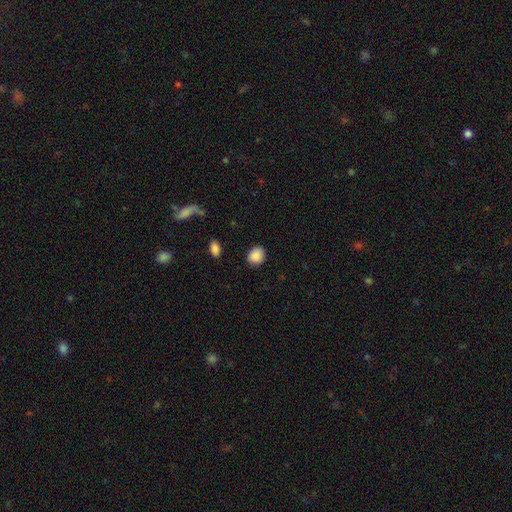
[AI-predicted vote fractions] This is clearly a smooth galaxy (89%). How rounded: likely round (63%). Merging: clearly none (87%).